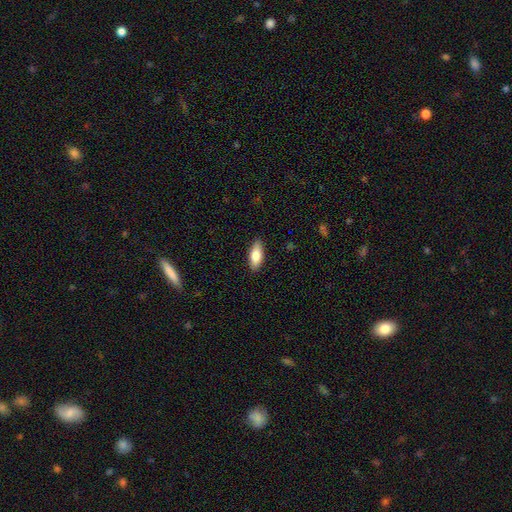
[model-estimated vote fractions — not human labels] Smooth or featured: smooth — 79% (featured or disk — 15%)
How rounded: in between — 80% (cigar-shaped — 18%)
Merging: none — 89% (minor disturbance — 9%)